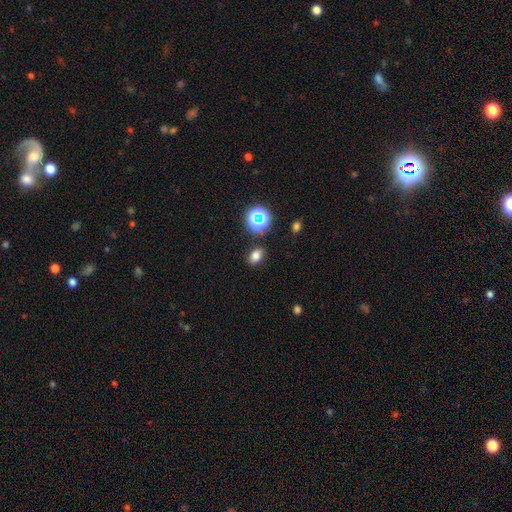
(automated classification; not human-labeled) Smooth or featured? Predicted: smooth (p=0.74). How rounded? Predicted: in between (p=0.73). Merging? Predicted: none (p=0.84).